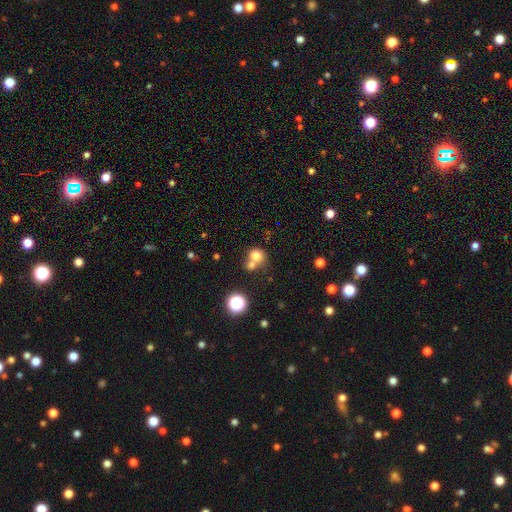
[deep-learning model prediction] Smooth or featured?
  - smooth: 74% *
  - star or artifact: 14%
  - featured or disk: 12%
How rounded?
  - round: 79% *
  - in between: 20%
  - cigar-shaped: 1%
Merging?
  - merger: 48% *
  - none: 41%
  - minor disturbance: 8%
  - major disturbance: 4%